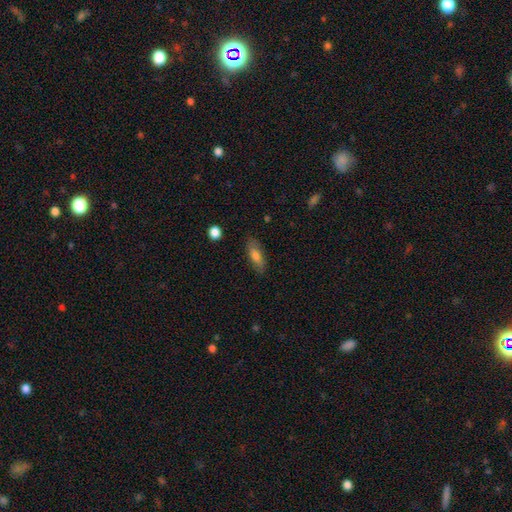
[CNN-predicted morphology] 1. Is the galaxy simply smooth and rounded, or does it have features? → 70% smooth, 23% featured or disk, 7% star or artifact.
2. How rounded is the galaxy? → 63% in between, 35% cigar-shaped, 3% round.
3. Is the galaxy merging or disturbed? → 83% none, 12% minor disturbance, 3% major disturbance, 1% merger.